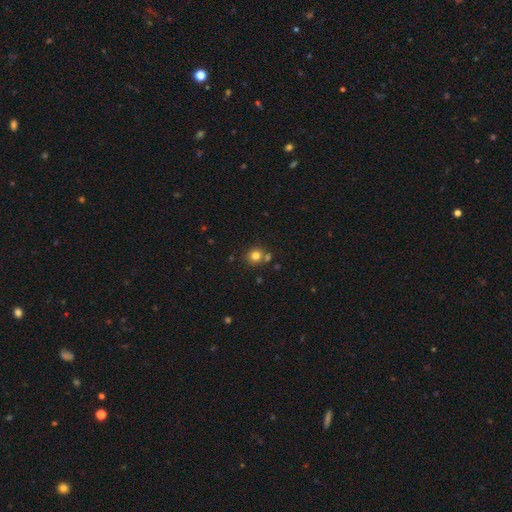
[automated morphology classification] Smooth or featured? smooth (79%)
How rounded? round (89%)
Merging? none (73%)